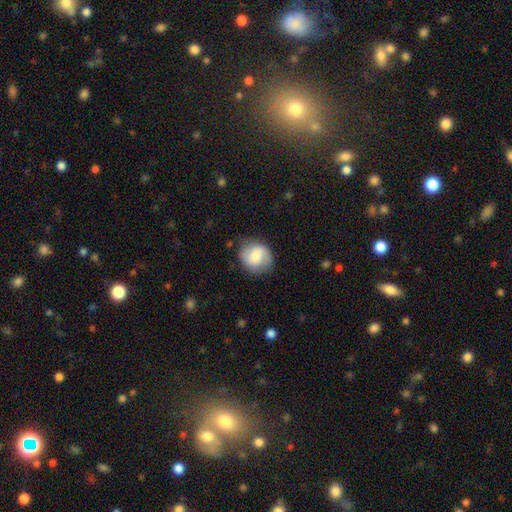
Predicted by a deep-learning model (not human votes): A smooth galaxy with no disk features (53%) that is round (79%). Merging: none (78%).